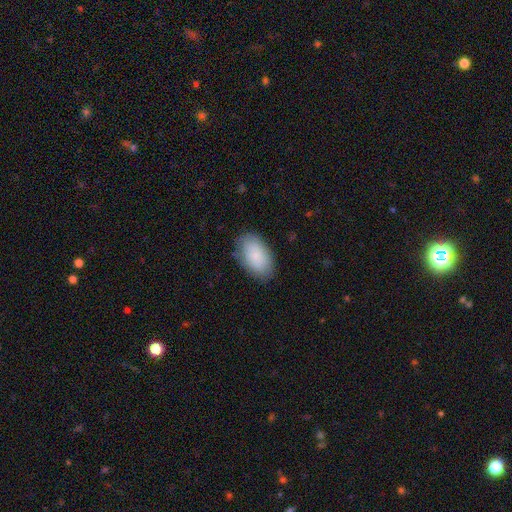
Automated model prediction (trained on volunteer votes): This is clearly a smooth galaxy (82%). How rounded: clearly in between (94%). Merging: clearly none (81%).